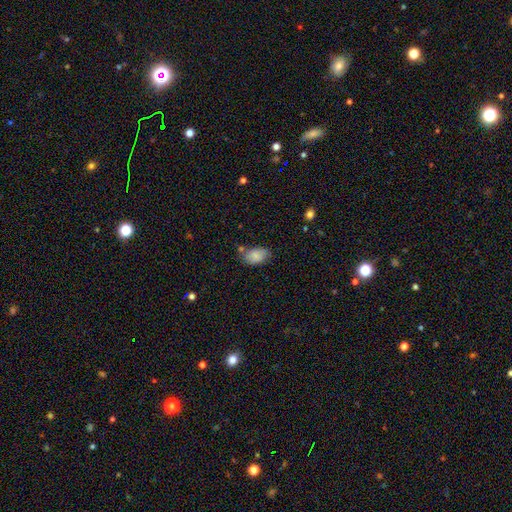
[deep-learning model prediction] This is clearly a smooth galaxy (82%). How rounded: clearly in between (90%). Merging: likely none (62%).